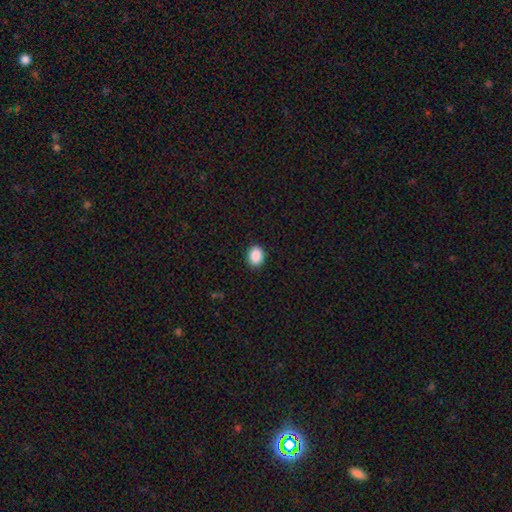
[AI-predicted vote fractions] Morphology: type=smooth (89%); roundness=in between (59%); merging=none (90%).